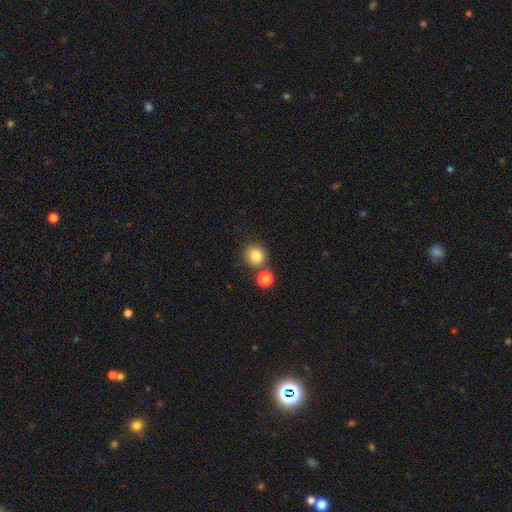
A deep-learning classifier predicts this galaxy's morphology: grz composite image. It shows a smooth galaxy with no disk features (83%) that is round (89%). Merging: none (70%).